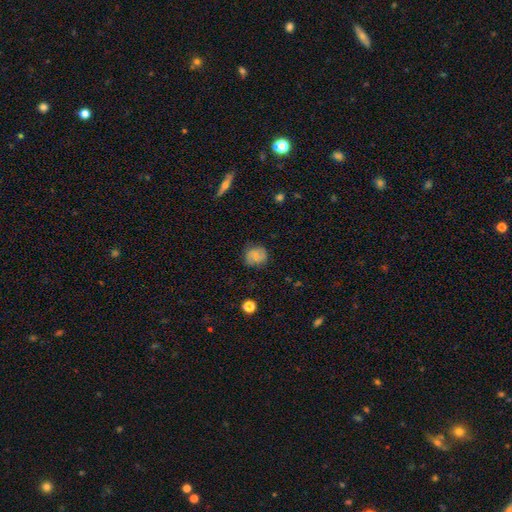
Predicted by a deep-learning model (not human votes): This appears to be a smooth galaxy with no disk features (59%) that is round (76%). Merging: none (75%).